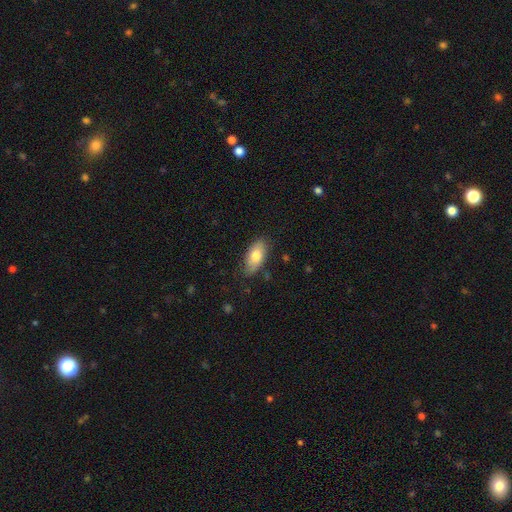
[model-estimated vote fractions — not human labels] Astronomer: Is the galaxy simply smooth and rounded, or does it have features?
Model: smooth — 77%.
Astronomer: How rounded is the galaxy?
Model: in between — 89%.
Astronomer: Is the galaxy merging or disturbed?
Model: none — 80%.